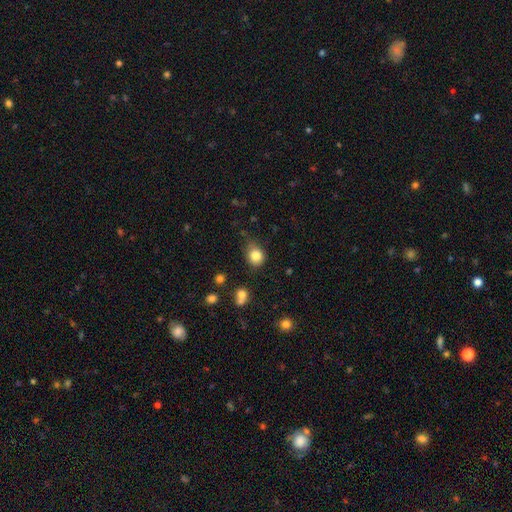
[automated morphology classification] Smooth or featured? Predicted: smooth (p=0.82). How rounded? Predicted: round (p=0.69). Merging? Predicted: none (p=0.65).